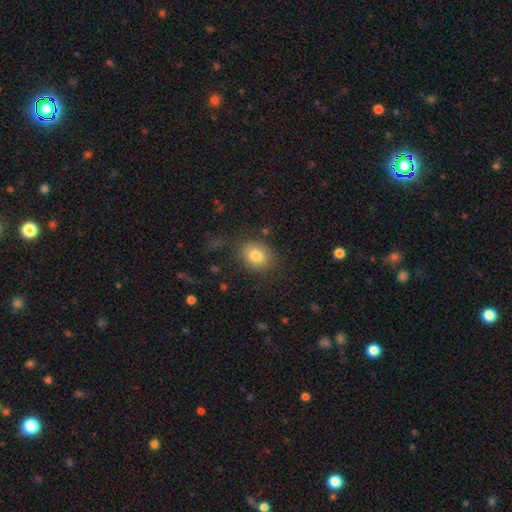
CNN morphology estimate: Q: Smooth or featured?
A: smooth (81%); runner-up: star or artifact (10%)
Q: How rounded?
A: round (56%); runner-up: in between (43%)
Q: Merging?
A: none (81%); runner-up: minor disturbance (12%)